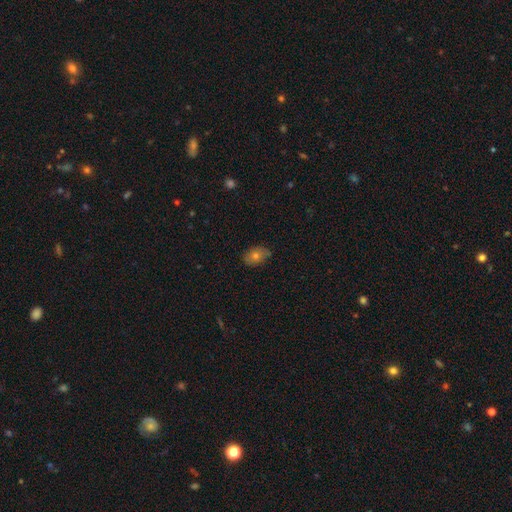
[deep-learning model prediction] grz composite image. It shows a smooth galaxy with no disk features (68%) that is in between round and cigar-shaped (72%). Merging: none (77%).